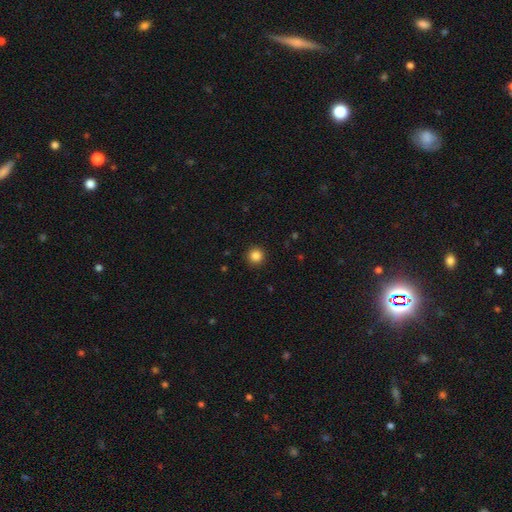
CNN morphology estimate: smooth_or_featured: smooth (p=0.86) [alt: star or artifact p=0.11]
how_rounded: round (p=0.95) [alt: in between p=0.04]
merging: none (p=0.93) [alt: minor disturbance p=0.05]